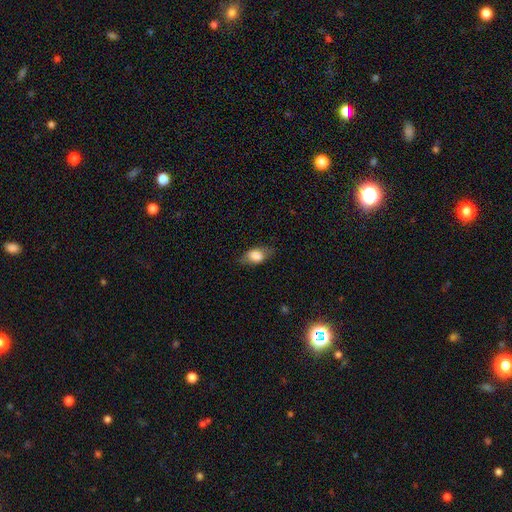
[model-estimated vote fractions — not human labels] This appears to be a smooth galaxy with no disk features (74%) that is in between round and cigar-shaped (83%). Merging: none (74%).